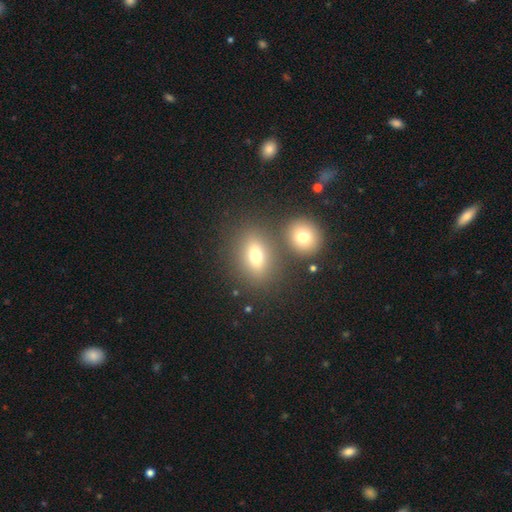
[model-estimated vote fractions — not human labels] This is likely a smooth galaxy (69%). How rounded: likely in between (72%). Merging: likely none (68%).